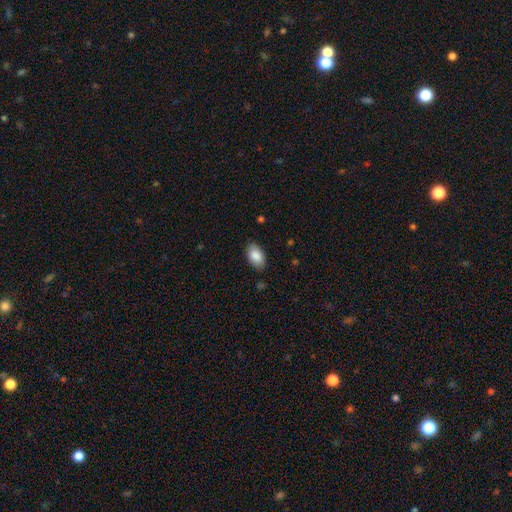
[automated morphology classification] The model was most divided on "merging": none: 85%, minor disturbance: 11%, major disturbance: 2%, merger: 1%. More confident: how rounded — in between (94%); smooth or featured — smooth (88%).